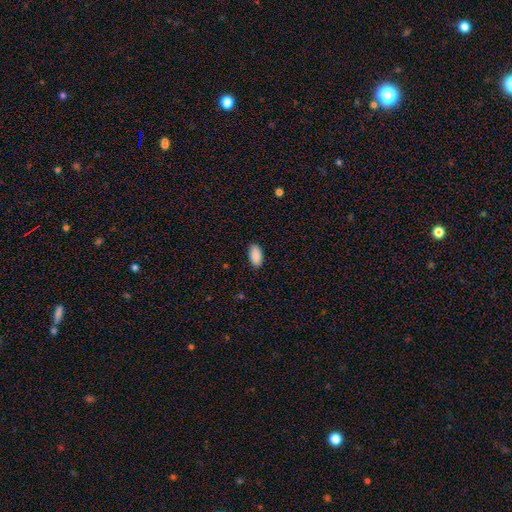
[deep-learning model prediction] The model was most divided on "merging": none: 87%, minor disturbance: 9%, major disturbance: 2%, merger: 1%. More confident: how rounded — in between (94%); smooth or featured — smooth (90%).